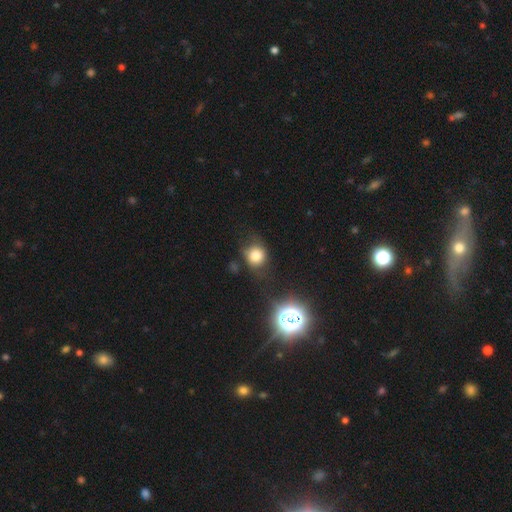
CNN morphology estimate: Smooth or featured?
  - smooth: 76% *
  - star or artifact: 15%
  - featured or disk: 9%
How rounded?
  - round: 81% *
  - in between: 18%
  - cigar-shaped: 1%
Merging?
  - none: 67% *
  - minor disturbance: 20%
  - major disturbance: 8%
  - merger: 5%